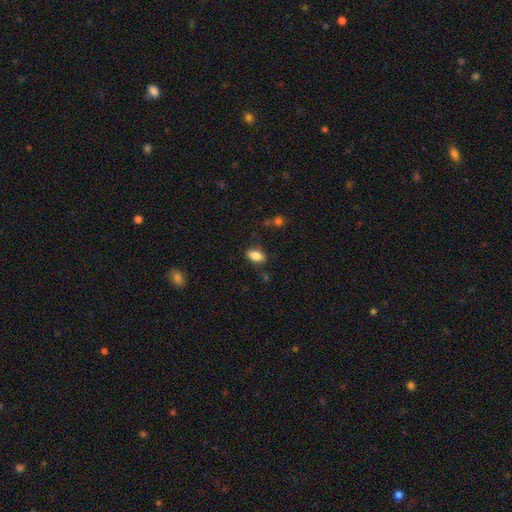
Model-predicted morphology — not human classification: Q: Smooth or featured?
A: smooth (84%); runner-up: star or artifact (9%)
Q: How rounded?
A: in between (89%); runner-up: round (7%)
Q: Merging?
A: none (79%); runner-up: minor disturbance (15%)